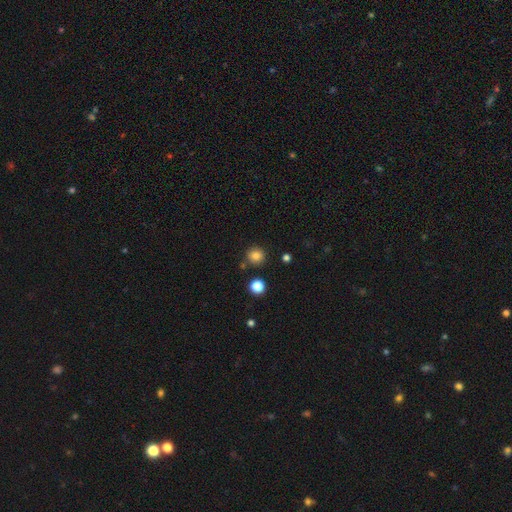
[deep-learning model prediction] The model was most divided on "smooth or featured": smooth: 83%, star or artifact: 12%, featured or disk: 4%. More confident: how rounded — round (93%); merging — none (85%).